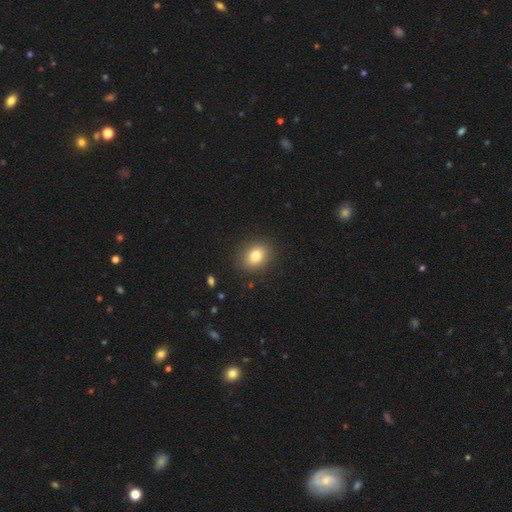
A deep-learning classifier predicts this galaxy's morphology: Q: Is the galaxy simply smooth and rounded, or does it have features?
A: smooth — 82%.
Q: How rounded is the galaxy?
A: round — 54%.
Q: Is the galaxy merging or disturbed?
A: none — 88%.